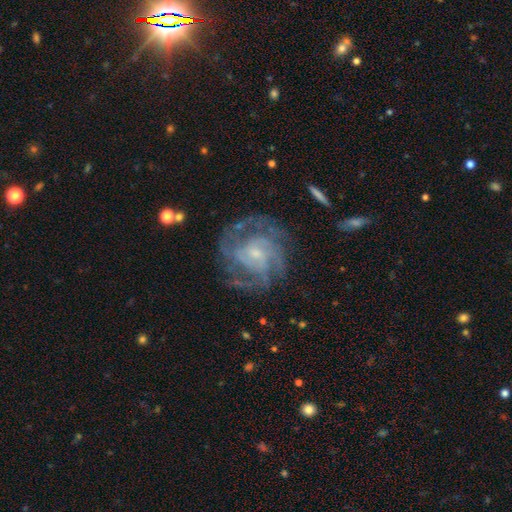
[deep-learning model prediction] Smooth or featured? featured or disk (86%)
Edge-on disk? no (97%)
Bar? no (58%)
Spiral arms? yes (97%)
Spiral winding? tight (63%)
Spiral arm count? 3 (26%)
Bulge size? small (70%)
Merging? none (77%)